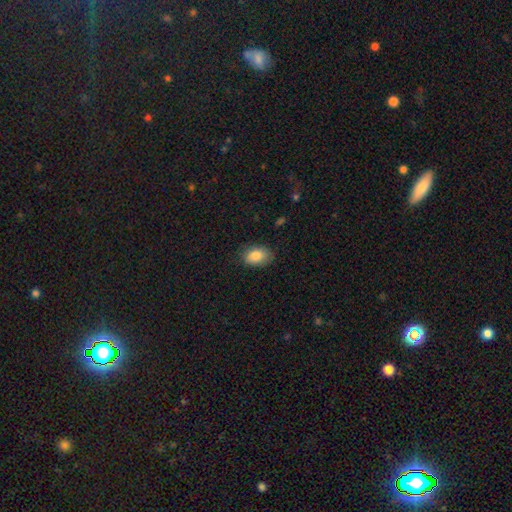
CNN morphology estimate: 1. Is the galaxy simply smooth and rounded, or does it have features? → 85% smooth, 8% star or artifact, 7% featured or disk.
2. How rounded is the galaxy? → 85% in between, 14% round, 1% cigar-shaped.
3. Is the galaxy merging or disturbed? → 80% none, 16% minor disturbance, 3% major disturbance, 1% merger.